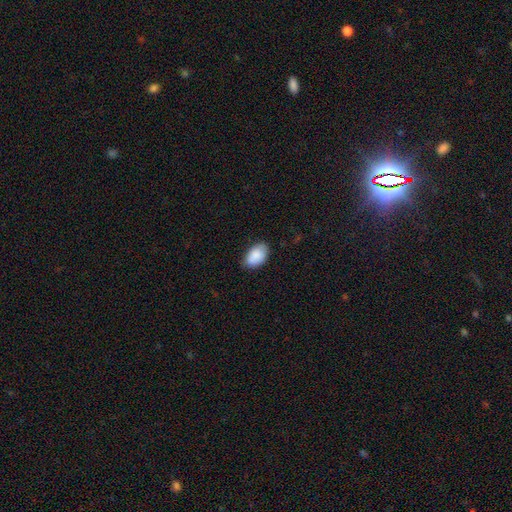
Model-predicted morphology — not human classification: Q: Smooth or featured?
A: smooth (88%); runner-up: star or artifact (6%)
Q: How rounded?
A: in between (92%); runner-up: round (7%)
Q: Merging?
A: none (76%); runner-up: minor disturbance (20%)